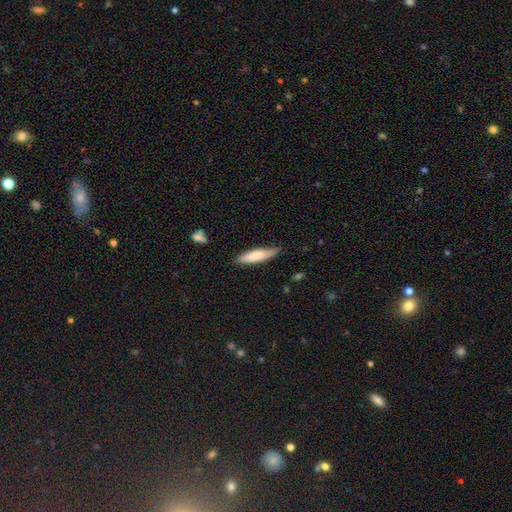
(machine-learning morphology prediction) The model was most divided on "how rounded": cigar-shaped: 71%, in between: 28%, round: 1%. More confident: smooth or featured — smooth (76%); merging — none (73%).